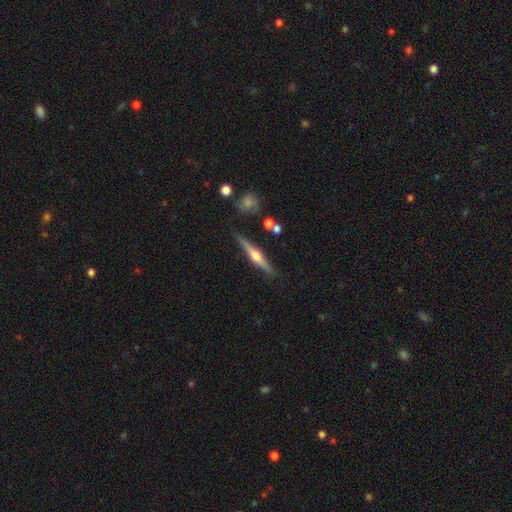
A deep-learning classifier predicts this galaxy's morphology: This is likely a featured or disk galaxy (72%). It is clearly viewed edge-on (97%). Edge-on bulge: clearly rounded (94%). Merging: clearly none (85%).